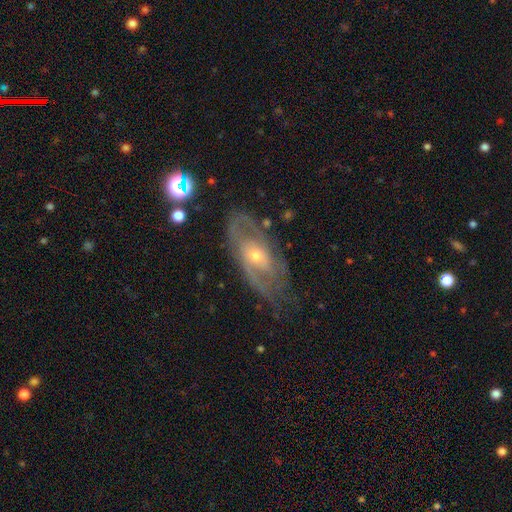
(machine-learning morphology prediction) Smooth or featured: featured or disk — 79% (smooth — 14%)
Edge-on disk: no — 90% (yes — 10%)
Bar: no — 67% (weak — 27%)
Spiral arms: yes — 82% (no — 18%)
Spiral winding: tight — 47% (medium — 38%)
Spiral arm count: 2 — 47% (can't tell — 36%)
Bulge size: small — 55% (moderate — 42%)
Merging: none — 66% (minor disturbance — 21%)